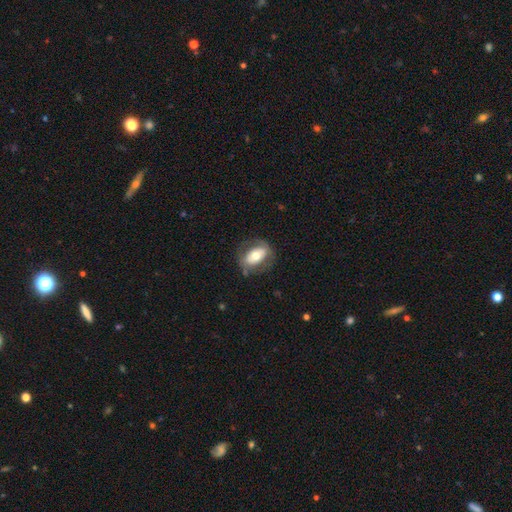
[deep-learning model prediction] Smooth or featured?
  - smooth: 52% *
  - featured or disk: 42%
  - star or artifact: 7%
How rounded?
  - in between: 83% *
  - round: 15%
  - cigar-shaped: 2%
Merging?
  - none: 69% *
  - minor disturbance: 19%
  - major disturbance: 11%
  - merger: 2%